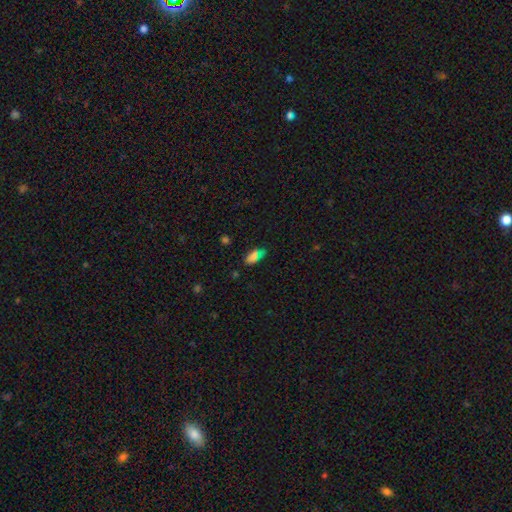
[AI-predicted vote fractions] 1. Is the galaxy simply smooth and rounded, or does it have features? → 71% smooth, 18% star or artifact, 12% featured or disk.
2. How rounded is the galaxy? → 82% in between, 13% cigar-shaped, 5% round.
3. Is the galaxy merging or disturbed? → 72% none, 19% minor disturbance, 5% major disturbance, 4% merger.